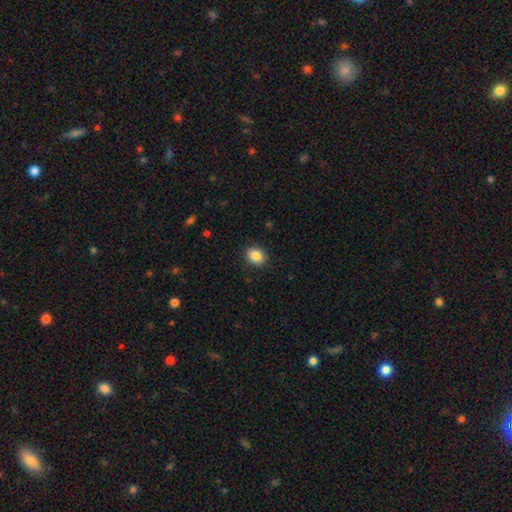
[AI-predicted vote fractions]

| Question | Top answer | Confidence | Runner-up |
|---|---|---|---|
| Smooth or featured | smooth | 87% | star or artifact (9%) |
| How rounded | in between | 53% | round (46%) |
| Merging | none | 90% | minor disturbance (7%) |